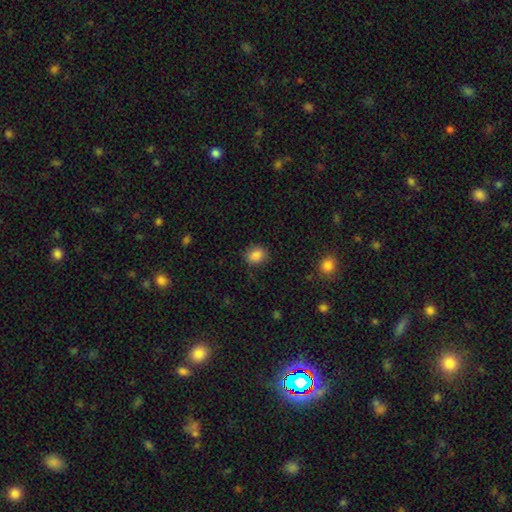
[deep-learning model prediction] Smooth or featured? Predicted: smooth (p=0.86). How rounded? Predicted: round (p=0.55). Merging? Predicted: none (p=0.81).